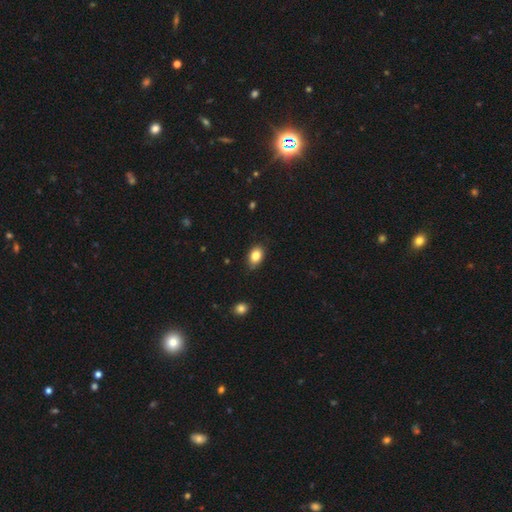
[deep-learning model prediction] A smooth galaxy with no disk features (84%) that is in between round and cigar-shaped (82%). Merging: none (83%).